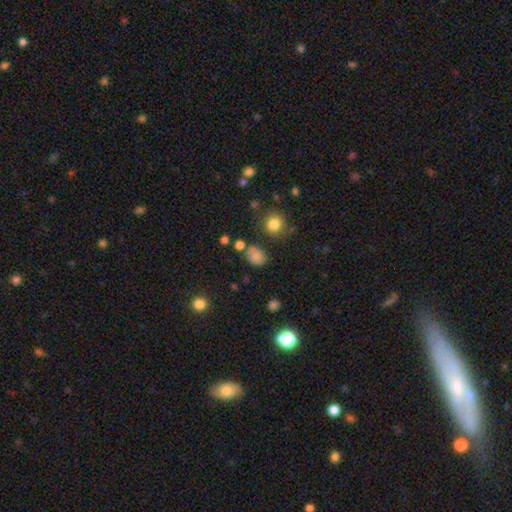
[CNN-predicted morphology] smooth-or-featured: smooth: 76% | star or artifact: 15% | featured or disk: 8%
  how-rounded: in between: 61% | round: 38% | cigar-shaped: 1%
  merging: none: 65% | minor disturbance: 19% | merger: 9% | major disturbance: 6%